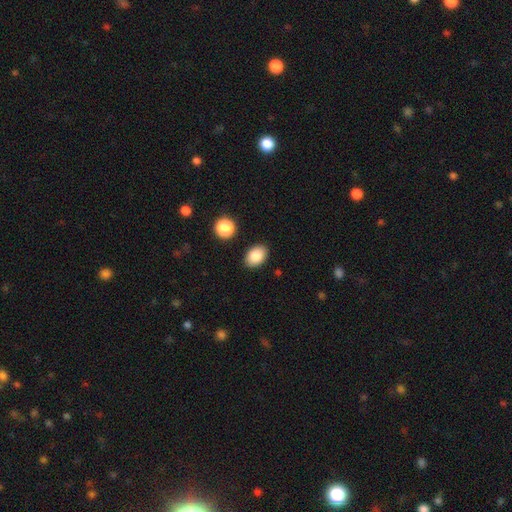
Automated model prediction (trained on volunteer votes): Smooth or featured? Predicted: smooth (p=0.85). How rounded? Predicted: in between (p=0.81). Merging? Predicted: none (p=0.87).